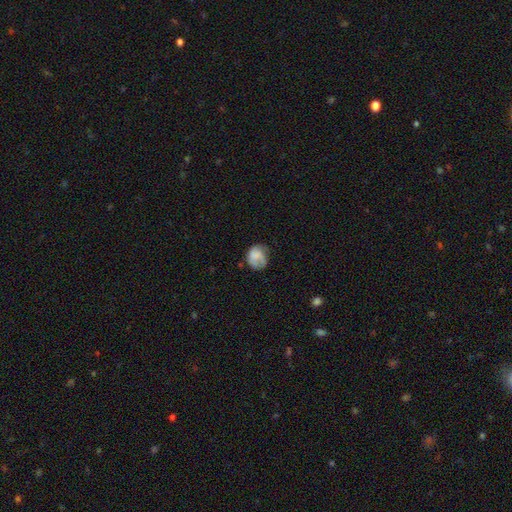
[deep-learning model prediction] Smooth or featured? Predicted: smooth (p=0.69). How rounded? Predicted: round (p=0.62). Merging? Predicted: none (p=0.50).